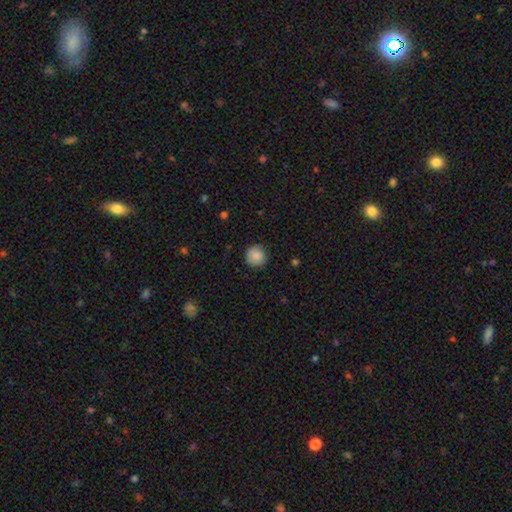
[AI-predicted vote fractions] The model was most divided on "merging": none: 85%, minor disturbance: 11%, major disturbance: 3%, merger: 1%. More confident: how rounded — round (93%); smooth or featured — smooth (87%).